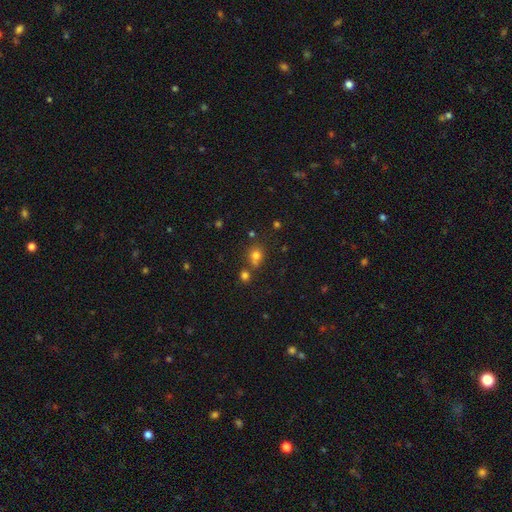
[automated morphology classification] Smooth or featured: smooth — 74% (star or artifact — 17%)
How rounded: round — 76% (in between — 23%)
Merging: none — 59% (merger — 25%)